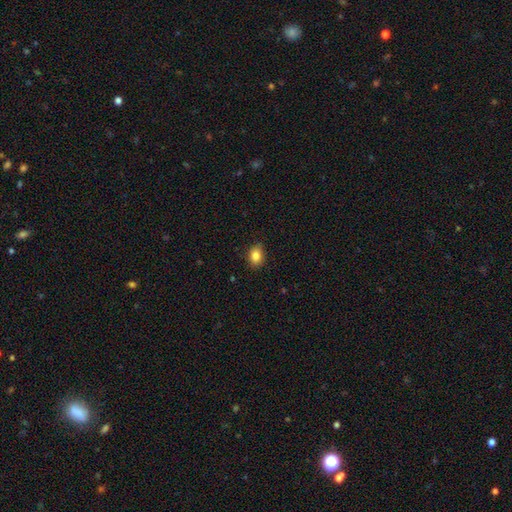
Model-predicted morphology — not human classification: Q: Smooth or featured?
A: smooth (86%); runner-up: star or artifact (9%)
Q: How rounded?
A: in between (70%); runner-up: round (29%)
Q: Merging?
A: none (86%); runner-up: minor disturbance (11%)